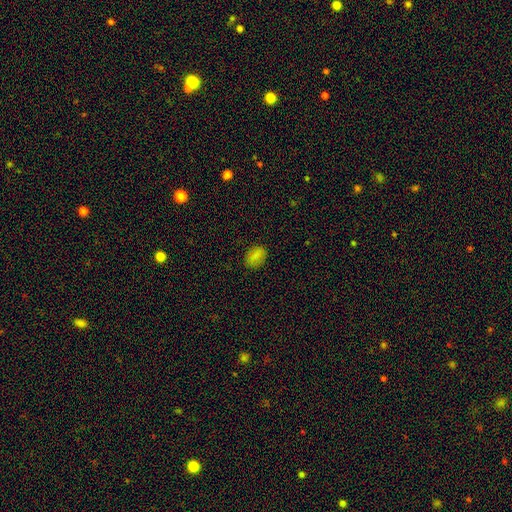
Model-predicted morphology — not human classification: smooth 83%, star or artifact 12%, featured or disk 5%. Down the decision tree: how rounded — in between (82%); merging — none (85%).